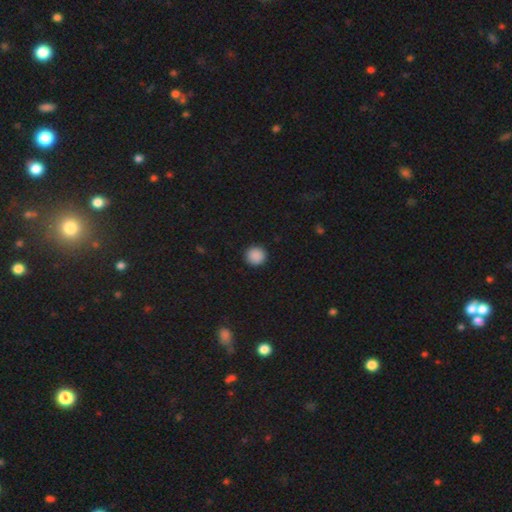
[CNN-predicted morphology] Smooth or featured? Predicted: smooth (p=0.89). How rounded? Predicted: round (p=0.95). Merging? Predicted: none (p=0.93).